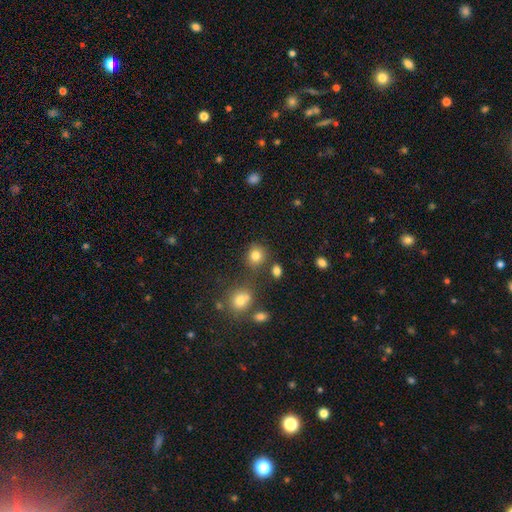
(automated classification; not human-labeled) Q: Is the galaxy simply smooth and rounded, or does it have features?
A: smooth — 81%.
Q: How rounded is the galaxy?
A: round — 78%.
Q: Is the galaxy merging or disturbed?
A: none — 74%.